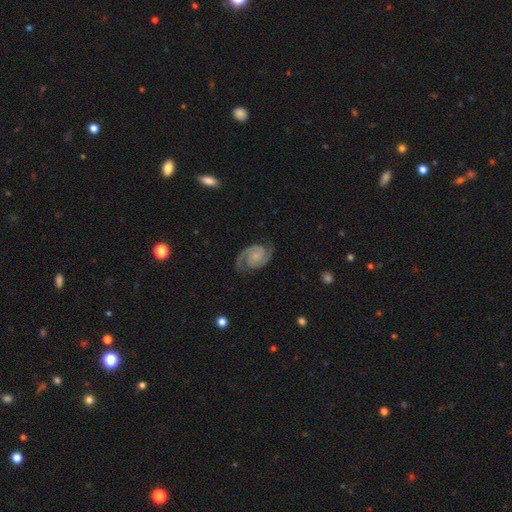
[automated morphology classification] This appears to be a featured or disk galaxy (90%) with no bar (59%), 2 (93%) medium (49%) spiral arms (98%) and a small central bulge (46%). Merging: none (82%).